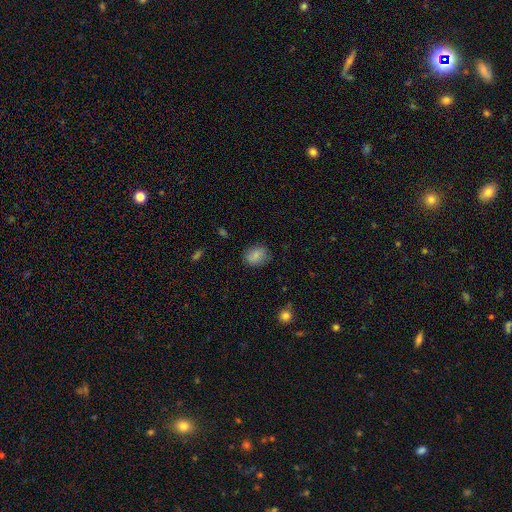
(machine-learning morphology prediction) This is clearly a smooth galaxy (82%). How rounded: possibly in between (56%). Merging: likely none (80%).